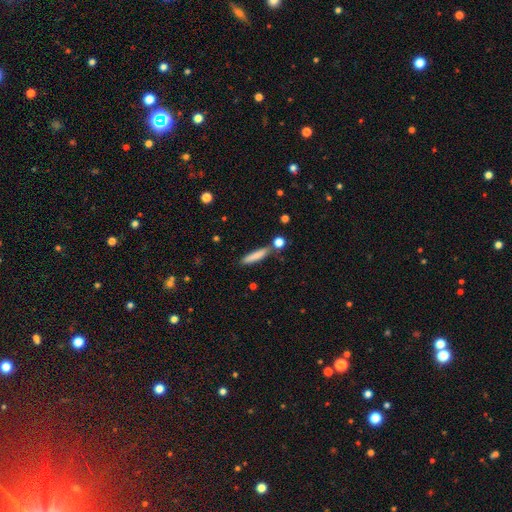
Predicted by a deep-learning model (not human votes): A smooth galaxy with no disk features (79%) that is cigar-shaped (88%).

Vote fractions:
- Smooth or featured? smooth: 79% / featured or disk: 14% / star or artifact: 7%
- How rounded? cigar-shaped: 88% / in between: 10% / round: 2%
- Merging? none: 73% / minor disturbance: 14% / merger: 9% / major disturbance: 4%